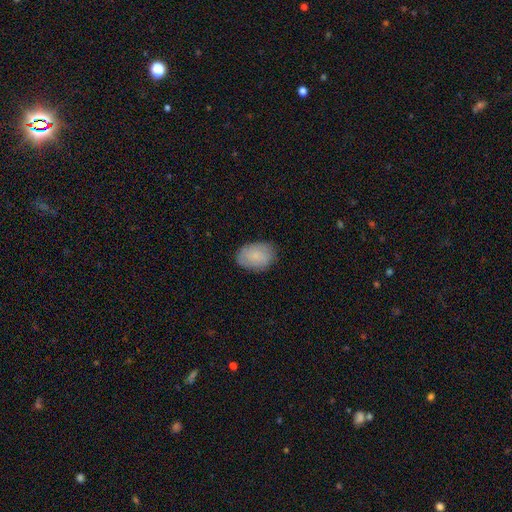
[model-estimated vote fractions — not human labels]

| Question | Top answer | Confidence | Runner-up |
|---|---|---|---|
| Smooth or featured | smooth | 81% | featured or disk (12%) |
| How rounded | in between | 78% | round (21%) |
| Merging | none | 80% | minor disturbance (16%) |